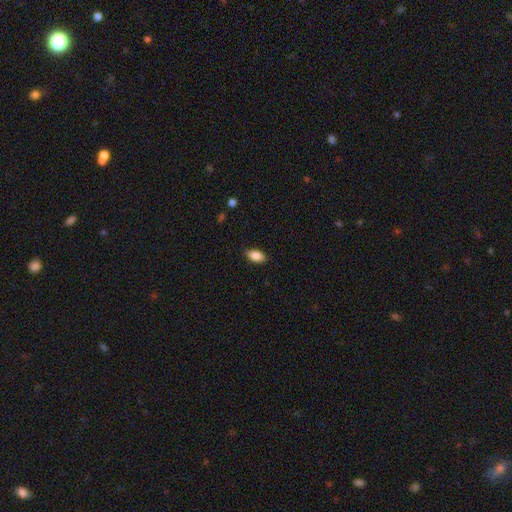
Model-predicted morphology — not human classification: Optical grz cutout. It shows a smooth galaxy with no disk features (87%) that is in between round and cigar-shaped (91%). Merging: none (86%).